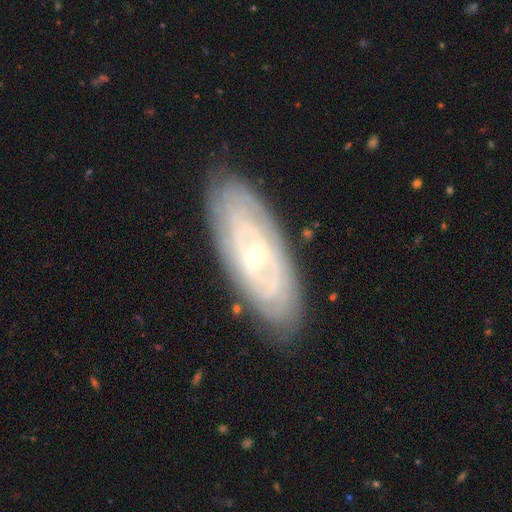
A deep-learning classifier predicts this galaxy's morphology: Smooth or featured? Predicted: featured or disk (p=0.77). Edge-on disk? Predicted: no (p=0.87). Bar? Predicted: no (p=0.42). Spiral arms? Predicted: yes (p=0.85). Spiral winding? Predicted: tight (p=0.75). Spiral arm count? Predicted: can't tell (p=0.57). Bulge size? Predicted: small (p=0.74). Merging? Predicted: none (p=0.83).